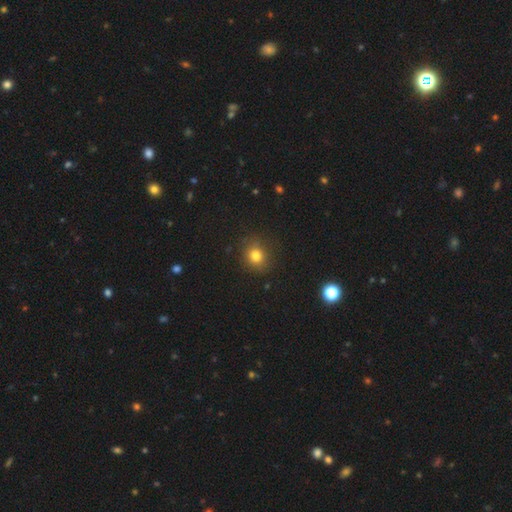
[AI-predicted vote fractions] A smooth galaxy with no disk features (79%) that is round (78%).

Vote fractions:
- Smooth or featured? smooth: 79% / star or artifact: 14% / featured or disk: 7%
- How rounded? round: 78% / in between: 21% / cigar-shaped: 1%
- Merging? none: 83% / minor disturbance: 12% / major disturbance: 3% / merger: 1%